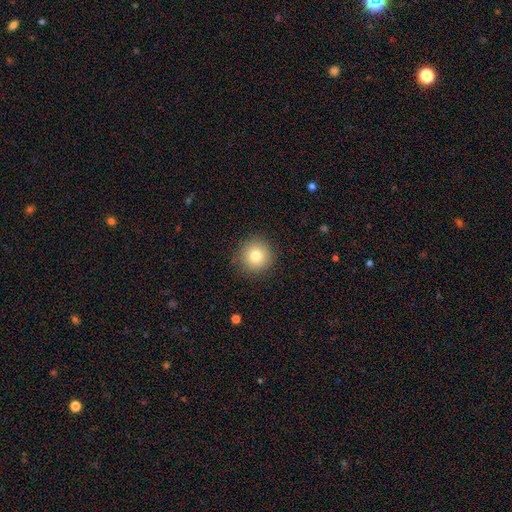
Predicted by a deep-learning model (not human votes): Smooth or featured: smooth — 79% (star or artifact — 11%)
How rounded: round — 94% (in between — 5%)
Merging: none — 88% (minor disturbance — 8%)